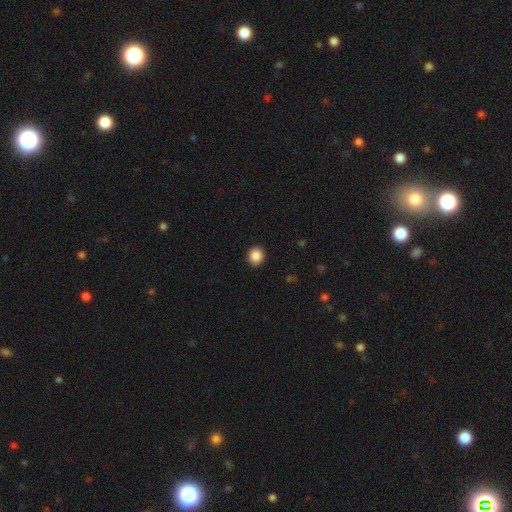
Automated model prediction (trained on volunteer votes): Smooth or featured? smooth (87%)
How rounded? round (82%)
Merging? none (91%)